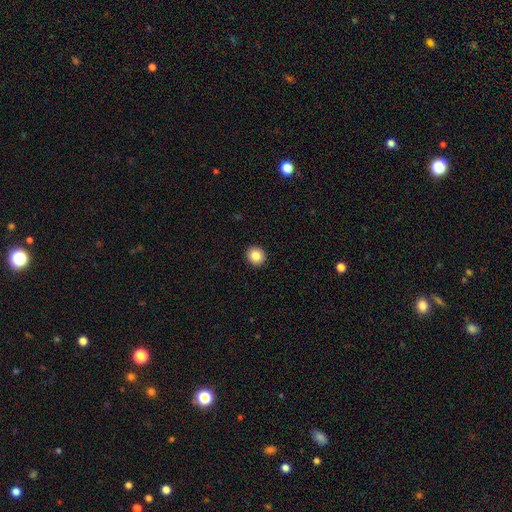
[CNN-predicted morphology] The model was most divided on "smooth or featured": smooth: 84%, star or artifact: 9%, featured or disk: 6%. More confident: merging — none (93%); how rounded — round (89%).